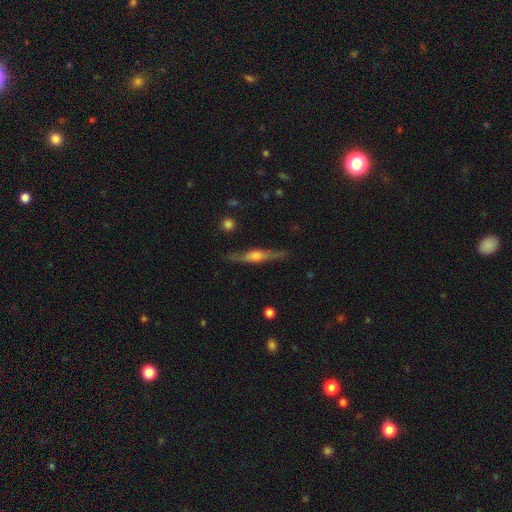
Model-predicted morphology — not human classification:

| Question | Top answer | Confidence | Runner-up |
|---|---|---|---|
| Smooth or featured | featured or disk | 71% | smooth (23%) |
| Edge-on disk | yes | 96% | no (4%) |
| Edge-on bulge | rounded | 82% | boxy (13%) |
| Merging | none | 84% | minor disturbance (12%) |